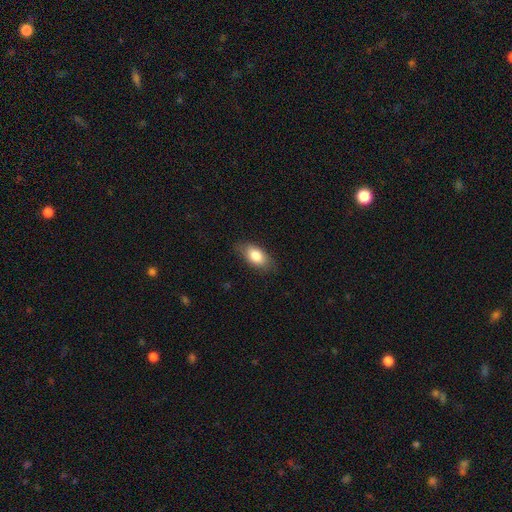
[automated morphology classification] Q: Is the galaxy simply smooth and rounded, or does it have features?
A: smooth — 81%.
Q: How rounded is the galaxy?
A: in between — 89%.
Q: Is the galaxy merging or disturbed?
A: none — 79%.